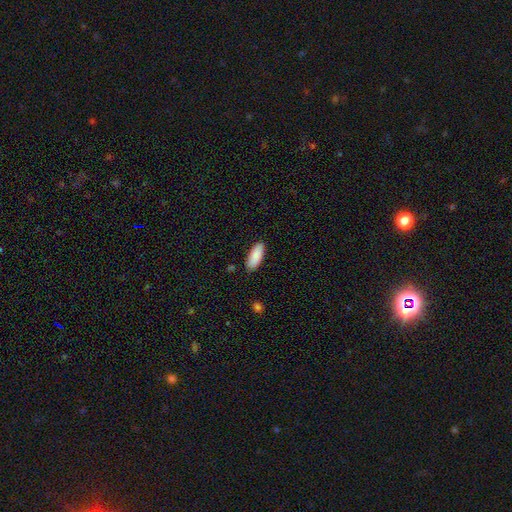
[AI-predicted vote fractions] Smooth or featured: smooth — 88% (star or artifact — 6%)
How rounded: in between — 80% (cigar-shaped — 19%)
Merging: none — 86% (minor disturbance — 11%)